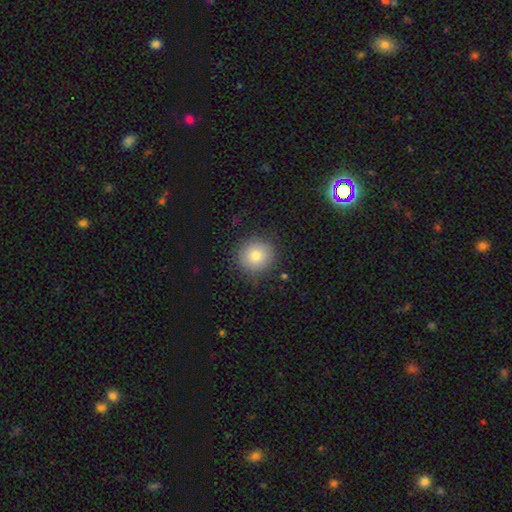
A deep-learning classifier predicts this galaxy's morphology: type=smooth (81%); roundness=round (92%); merging=none (88%).